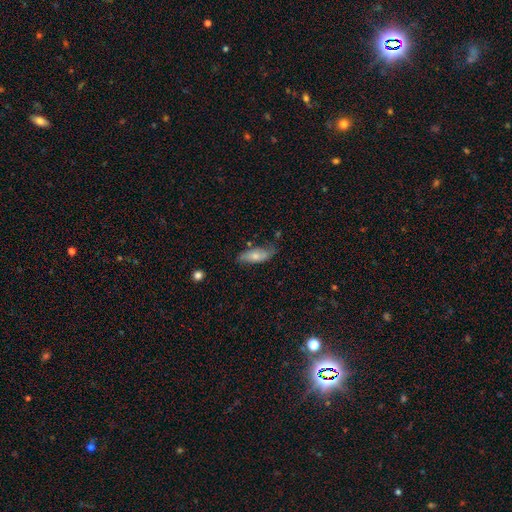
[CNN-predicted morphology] This appears to be a smooth galaxy with no disk features (66%) that is in between round and cigar-shaped (74%). Merging: none (64%).